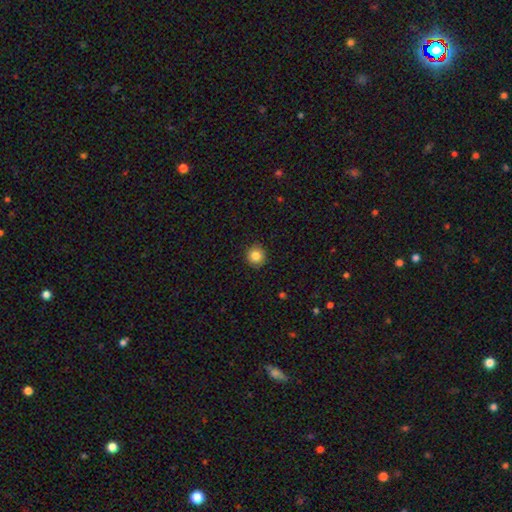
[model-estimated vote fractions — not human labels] smooth 84%, star or artifact 10%, featured or disk 6%. Down the decision tree: how rounded — round (93%); merging — none (92%).